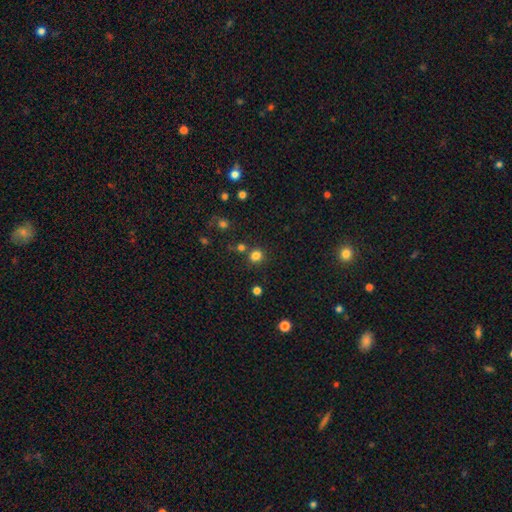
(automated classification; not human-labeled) Smooth or featured: smooth — 80% (star or artifact — 15%)
How rounded: round — 85% (in between — 14%)
Merging: none — 77% (merger — 11%)